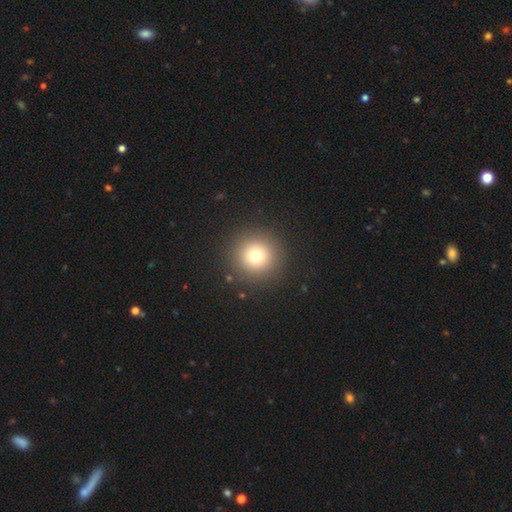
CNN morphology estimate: smooth_or_featured: smooth (p=0.74) [alt: star or artifact p=0.16]
how_rounded: round (p=0.96) [alt: in between p=0.03]
merging: none (p=0.90) [alt: minor disturbance p=0.05]